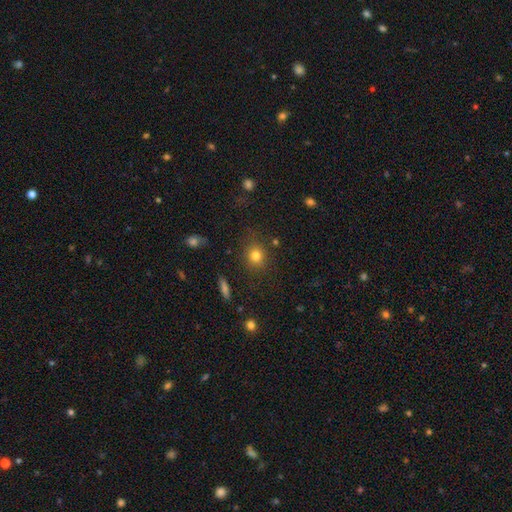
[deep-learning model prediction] This appears to be a smooth galaxy with no disk features (79%) that is round (76%). Merging: none (83%).